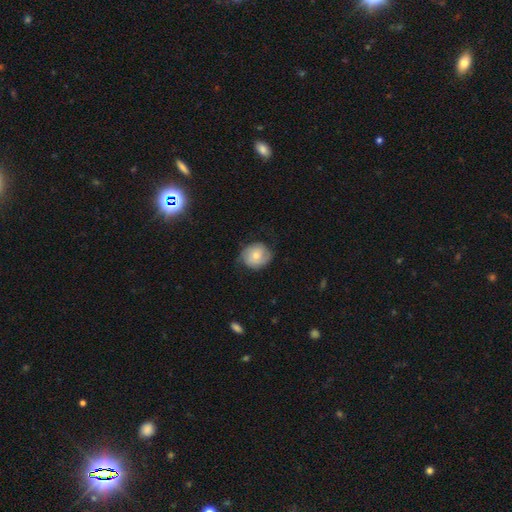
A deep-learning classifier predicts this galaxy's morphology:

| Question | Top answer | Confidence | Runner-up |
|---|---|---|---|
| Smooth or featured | featured or disk | 50% | smooth (43%) |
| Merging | none | 68% | minor disturbance (22%) |